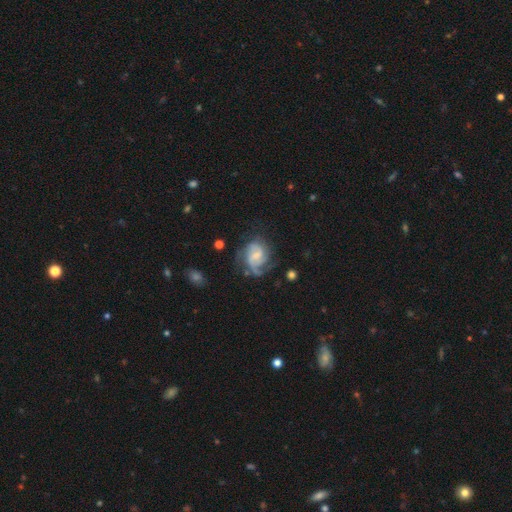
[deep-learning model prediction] smooth_or_featured: featured or disk (p=0.79) [alt: smooth p=0.15]
disk_edge_on: no (p=0.98) [alt: yes p=0.02]
bar: weak (p=0.51) [alt: no p=0.37]
has_spiral_arms: yes (p=0.94) [alt: no p=0.06]
spiral_winding: medium (p=0.46) [alt: tight p=0.31]
spiral_arm_count: 2 (p=0.42) [alt: 3 p=0.20]
bulge_size: small (p=0.51) [alt: moderate p=0.28]
merging: none (p=0.53) [alt: minor disturbance p=0.23]